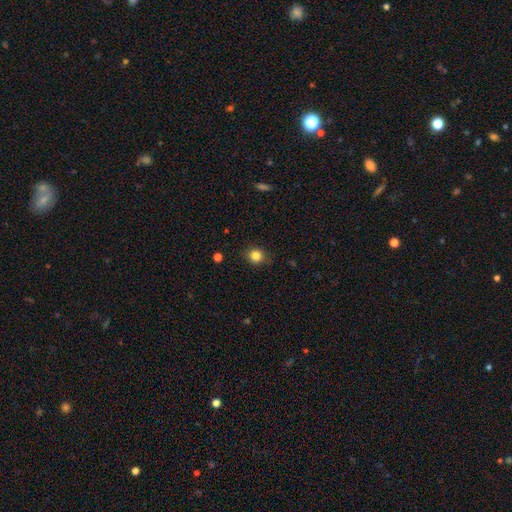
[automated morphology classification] A smooth galaxy with no disk features (84%) that is round (85%).

Vote fractions:
- Smooth or featured? smooth: 84% / star or artifact: 11% / featured or disk: 5%
- How rounded? round: 85% / in between: 14% / cigar-shaped: 1%
- Merging? none: 87% / minor disturbance: 9% / major disturbance: 2% / merger: 1%